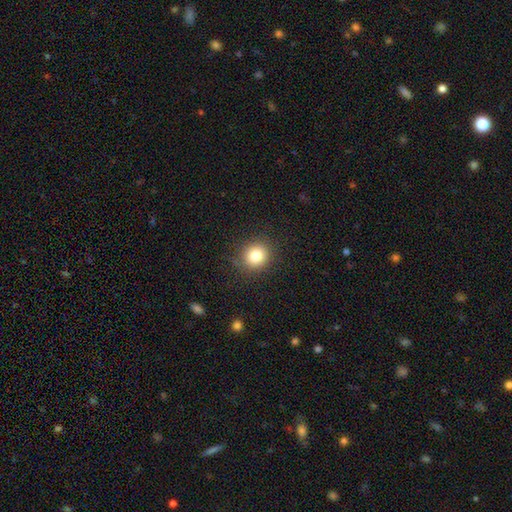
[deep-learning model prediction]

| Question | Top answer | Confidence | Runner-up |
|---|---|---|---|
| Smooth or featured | smooth | 81% | star or artifact (11%) |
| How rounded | round | 85% | in between (14%) |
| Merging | none | 86% | minor disturbance (9%) |